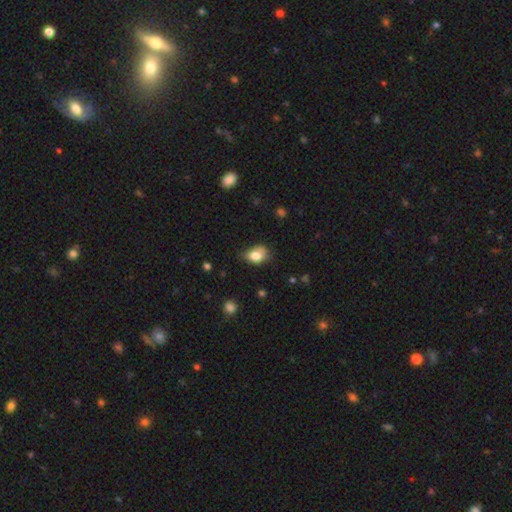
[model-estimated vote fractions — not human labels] The model was most divided on "merging": none: 47%, minor disturbance: 39%, major disturbance: 11%, merger: 3%. More confident: smooth or featured — smooth (81%); how rounded — in between (71%).